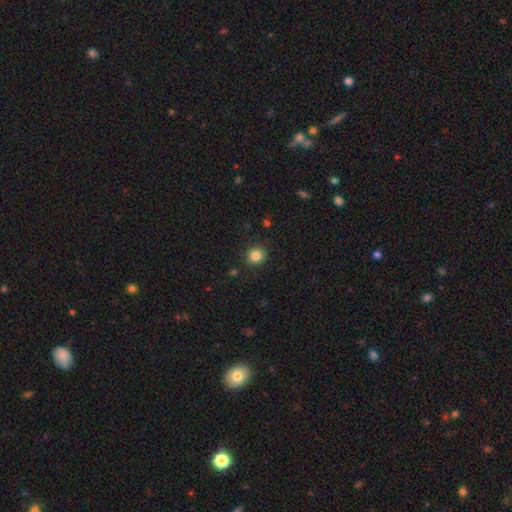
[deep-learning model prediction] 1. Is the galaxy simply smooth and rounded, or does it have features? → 84% smooth, 11% star or artifact, 5% featured or disk.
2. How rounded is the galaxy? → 90% round, 9% in between, 1% cigar-shaped.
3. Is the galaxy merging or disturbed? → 91% none, 6% minor disturbance, 2% major disturbance, 1% merger.